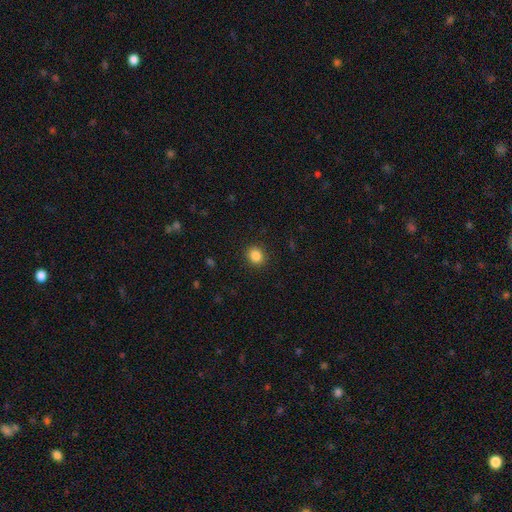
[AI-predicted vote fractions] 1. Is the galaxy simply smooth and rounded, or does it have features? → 86% smooth, 10% star or artifact, 4% featured or disk.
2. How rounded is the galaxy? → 73% round, 27% in between, 1% cigar-shaped.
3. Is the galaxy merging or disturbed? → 90% none, 7% minor disturbance, 2% major disturbance, 1% merger.